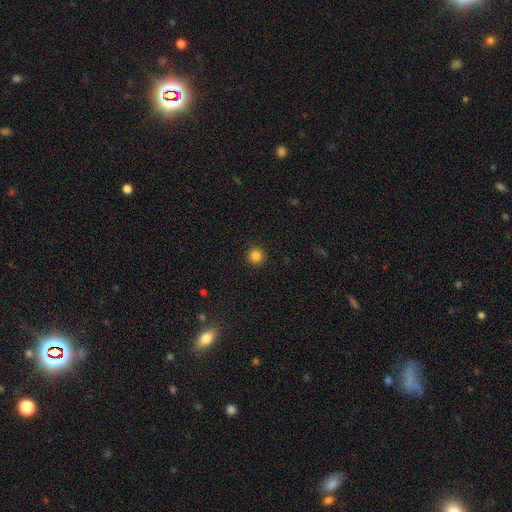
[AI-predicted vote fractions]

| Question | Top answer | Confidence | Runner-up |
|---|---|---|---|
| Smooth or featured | smooth | 85% | star or artifact (12%) |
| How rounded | round | 95% | in between (4%) |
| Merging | none | 92% | minor disturbance (5%) |